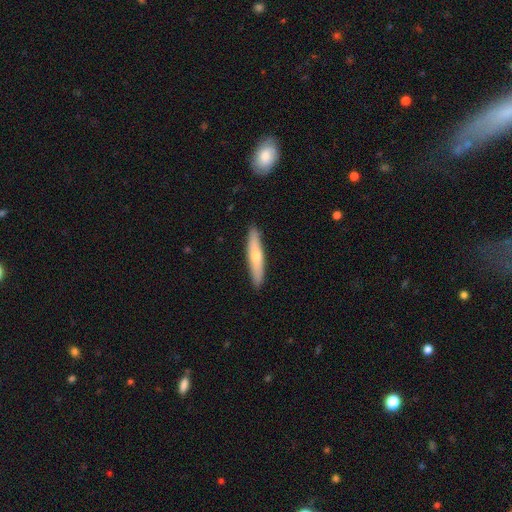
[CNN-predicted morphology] Smooth or featured?
  - smooth: 58% *
  - featured or disk: 36%
  - star or artifact: 5%
How rounded?
  - cigar-shaped: 89% *
  - in between: 10%
  - round: 1%
Merging?
  - none: 90% *
  - minor disturbance: 7%
  - major disturbance: 1%
  - merger: 1%